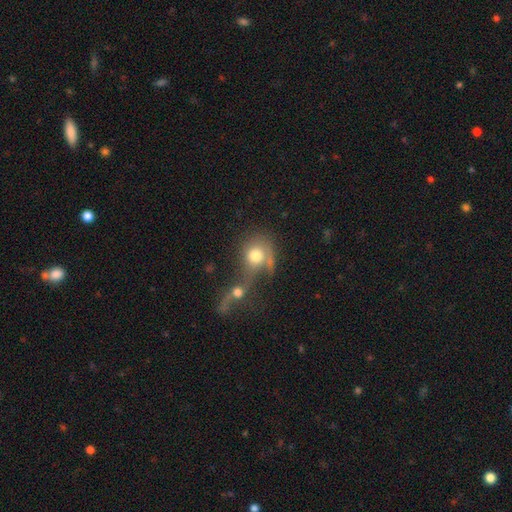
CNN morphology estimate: Q: Smooth or featured?
A: smooth (66%); runner-up: featured or disk (23%)
Q: How rounded?
A: round (70%); runner-up: in between (28%)
Q: Merging?
A: merger (64%); runner-up: none (17%)